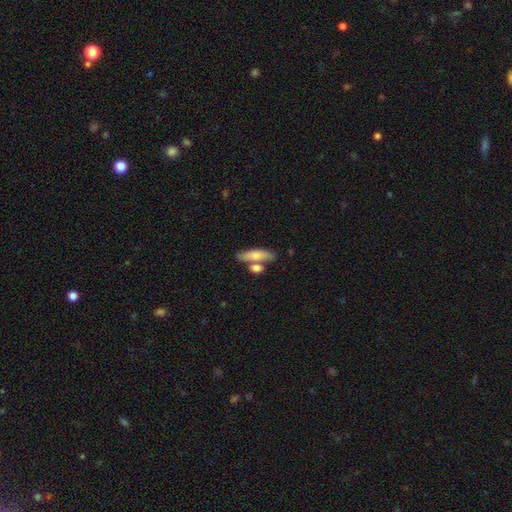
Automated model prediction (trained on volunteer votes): The model was most divided on "how rounded": cigar-shaped: 50%, in between: 47%, round: 3%. More confident: smooth or featured — smooth (69%); merging — none (55%).